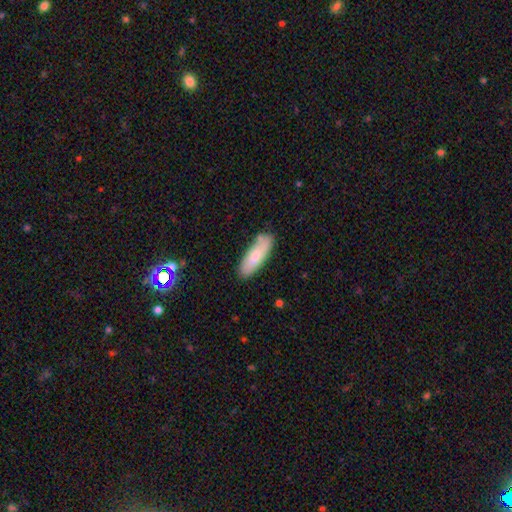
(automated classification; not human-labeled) Morphology: type=smooth (75%); roundness=in between (54%); merging=none (78%).